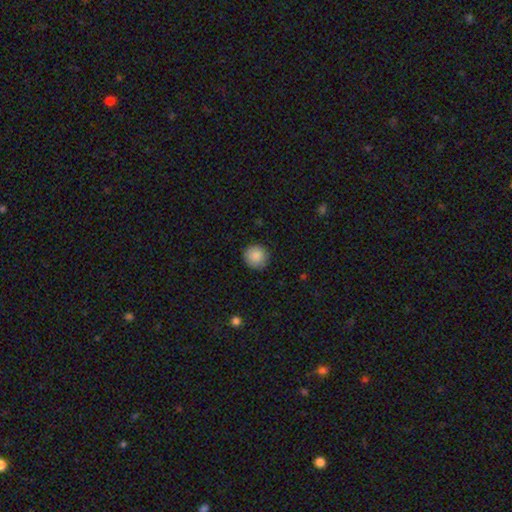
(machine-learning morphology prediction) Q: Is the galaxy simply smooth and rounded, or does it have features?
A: smooth — 88%.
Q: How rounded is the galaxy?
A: round — 94%.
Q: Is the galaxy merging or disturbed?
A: none — 88%.